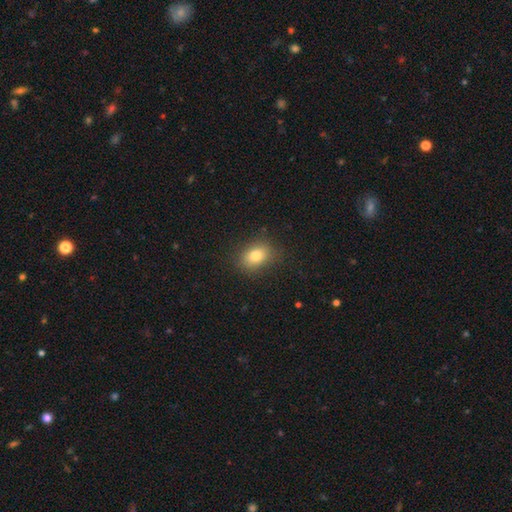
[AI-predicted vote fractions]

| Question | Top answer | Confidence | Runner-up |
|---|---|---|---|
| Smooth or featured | smooth | 80% | star or artifact (11%) |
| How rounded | in between | 70% | round (29%) |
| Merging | none | 84% | minor disturbance (11%) |